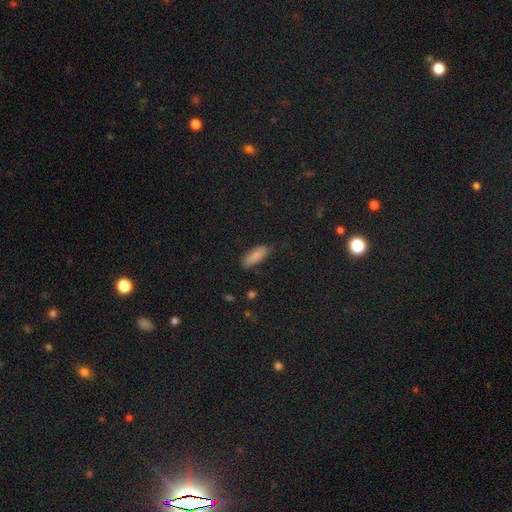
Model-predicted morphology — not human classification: Smooth or featured? Predicted: smooth (p=0.83). How rounded? Predicted: in between (p=0.67). Merging? Predicted: none (p=0.79).